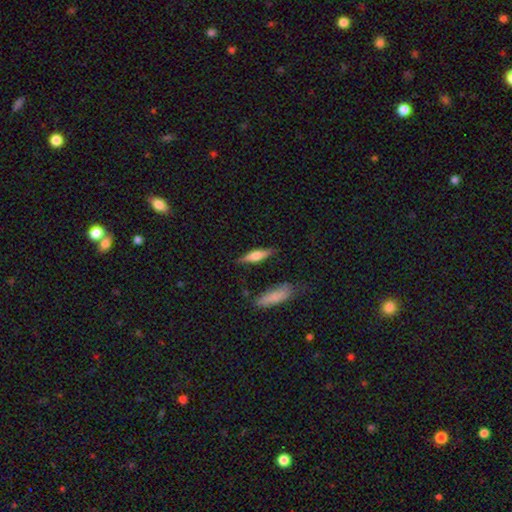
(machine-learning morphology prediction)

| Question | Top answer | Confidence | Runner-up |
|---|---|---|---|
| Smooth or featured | smooth | 52% | featured or disk (41%) |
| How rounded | cigar-shaped | 65% | in between (32%) |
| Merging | none | 80% | minor disturbance (14%) |